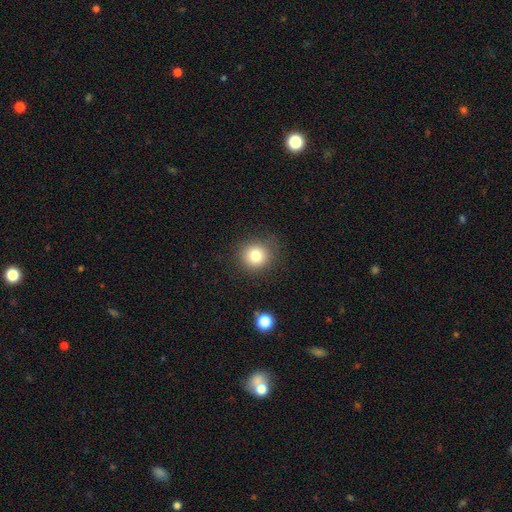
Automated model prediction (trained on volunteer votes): This appears to be a smooth galaxy with no disk features (80%) that is round (88%). Merging: none (83%).